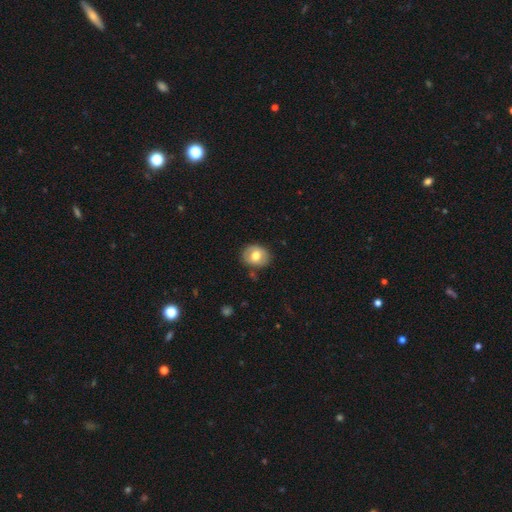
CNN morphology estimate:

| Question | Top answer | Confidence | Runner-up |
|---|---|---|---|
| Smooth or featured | smooth | 66% | featured or disk (27%) |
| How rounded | round | 53% | in between (46%) |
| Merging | none | 83% | minor disturbance (12%) |